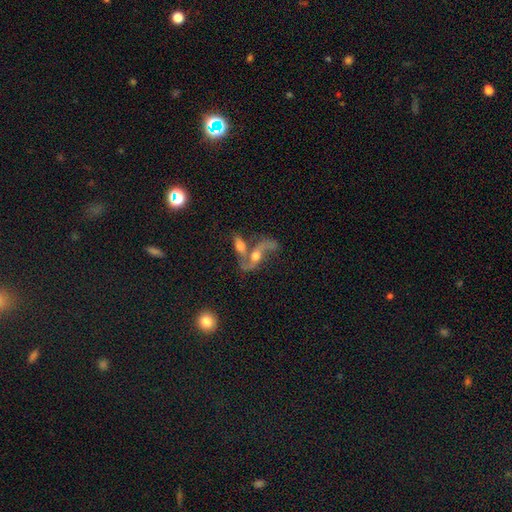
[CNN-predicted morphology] Smooth or featured?
  - featured or disk: 73% *
  - smooth: 18%
  - star or artifact: 9%
Edge-on disk?
  - no: 90% *
  - yes: 10%
Bar?
  - no: 60% *
  - weak: 30%
  - strong: 10%
Spiral arms?
  - yes: 86% *
  - no: 14%
Spiral winding?
  - loose: 83% *
  - medium: 14%
  - tight: 4%
Spiral arm count?
  - 2: 85% *
  - 1: 8%
  - can't tell: 4%
  - 3: 1%
  - 4: 1%
  - more than 4: 1%
Bulge size?
  - moderate: 58% *
  - small: 18%
  - large: 16%
  - none: 5%
  - dominant: 2%
Merging?
  - merger: 52% *
  - none: 27%
  - major disturbance: 11%
  - minor disturbance: 10%